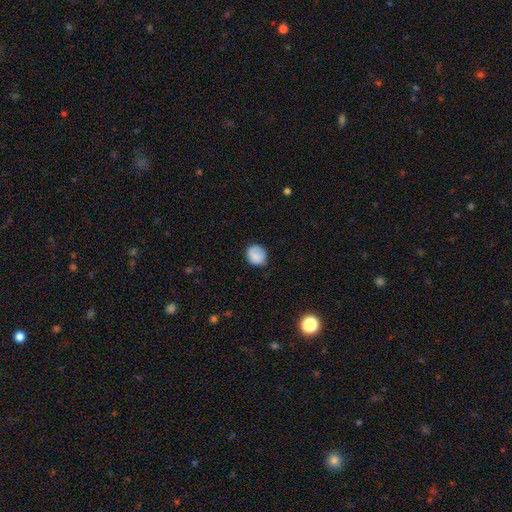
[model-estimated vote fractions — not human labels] A smooth galaxy with no disk features (83%) that is round (79%). Merging: none (78%).